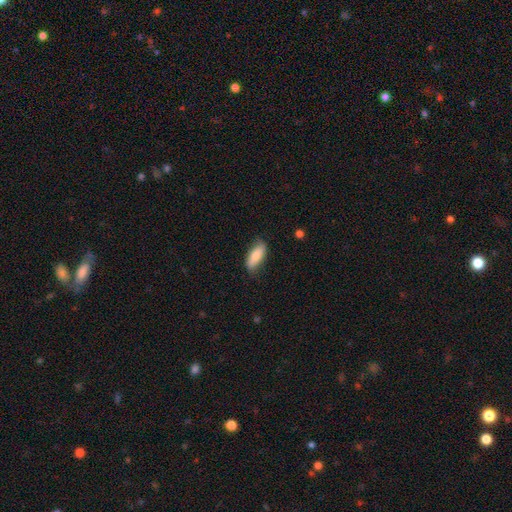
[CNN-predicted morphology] Smooth or featured? smooth (79%)
How rounded? in between (75%)
Merging? none (77%)